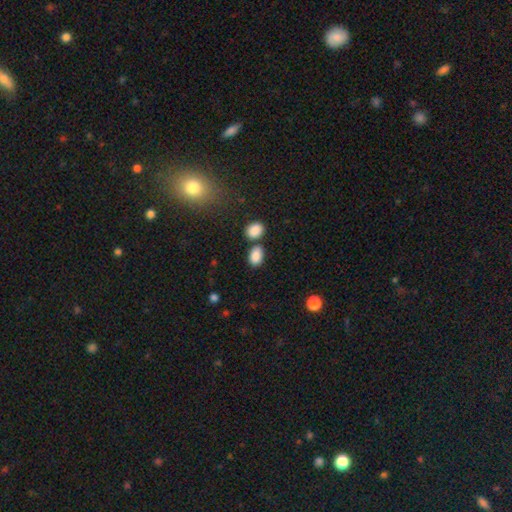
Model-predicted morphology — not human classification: A smooth galaxy with no disk features (87%) that is in between round and cigar-shaped (84%). Merging: none (65%).